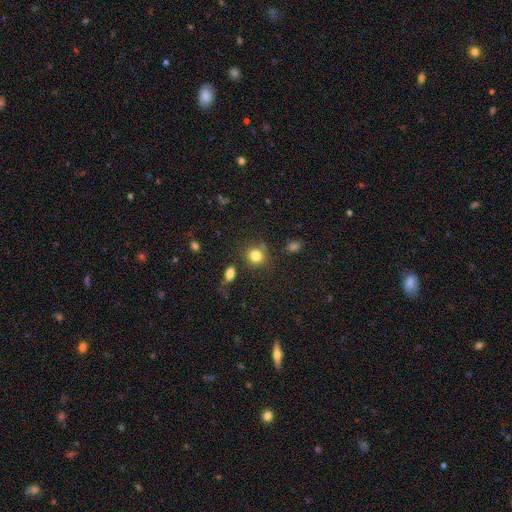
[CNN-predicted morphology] smooth_or_featured: smooth (p=0.81) [alt: star or artifact p=0.12]
how_rounded: round (p=0.81) [alt: in between p=0.18]
merging: none (p=0.75) [alt: minor disturbance p=0.12]